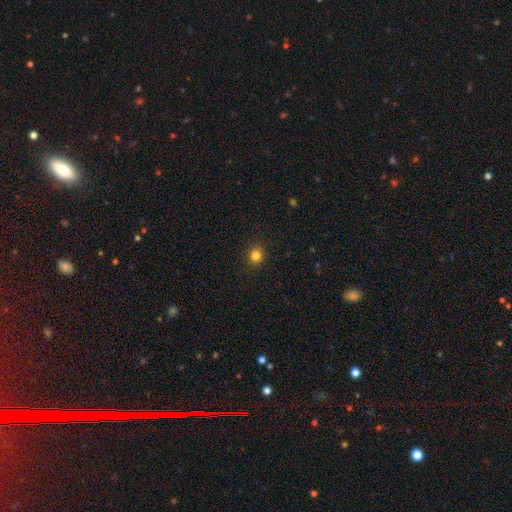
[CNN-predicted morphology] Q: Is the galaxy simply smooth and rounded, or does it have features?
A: smooth — 82%.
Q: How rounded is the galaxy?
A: round — 83%.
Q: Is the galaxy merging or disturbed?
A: none — 91%.